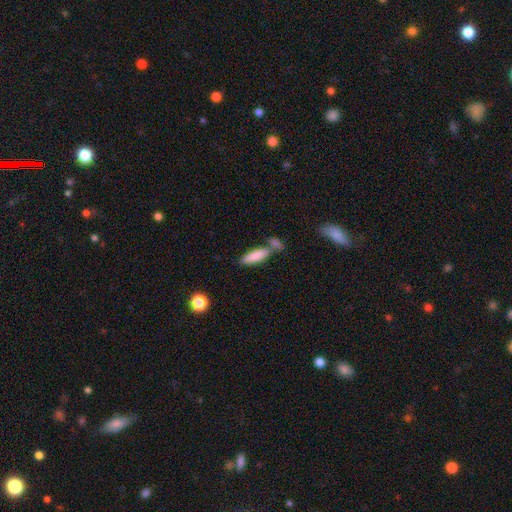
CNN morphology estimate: A smooth galaxy with no disk features (85%) that is in between round and cigar-shaped (53%). Merging: none (50%).